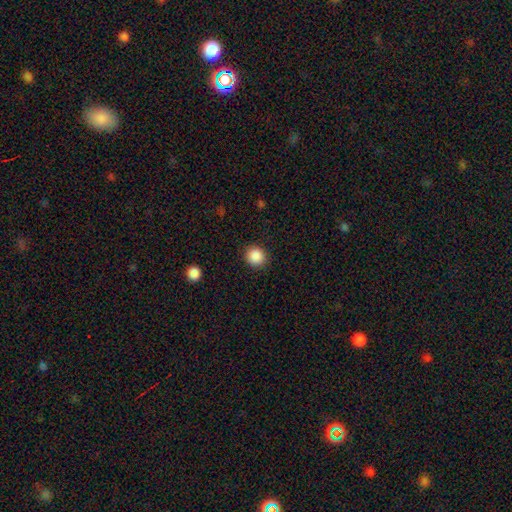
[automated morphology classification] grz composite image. It shows a smooth galaxy with no disk features (88%) that is round (88%). Merging: none (90%).